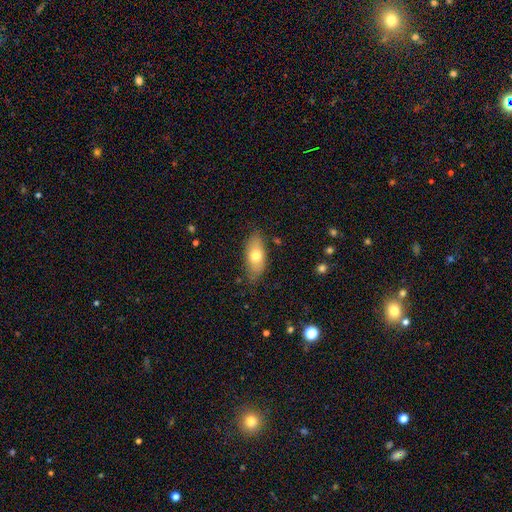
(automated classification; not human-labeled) smooth 71%, featured or disk 22%, star or artifact 7%. Down the decision tree: how rounded — in between (86%); merging — none (80%).